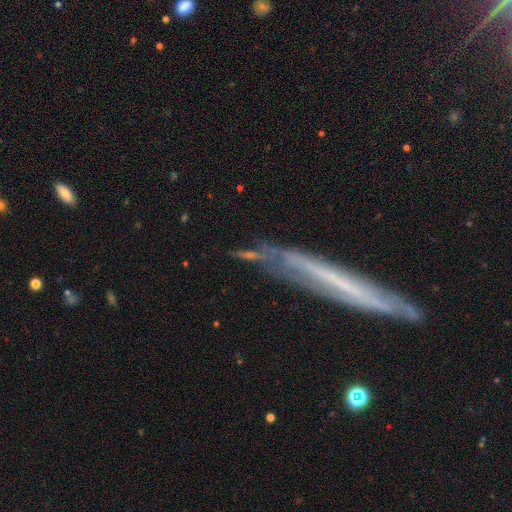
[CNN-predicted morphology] Smooth or featured: featured or disk — 60% (smooth — 29%)
Edge-on disk: yes — 65% (no — 35%)
Merging: none — 53% (minor disturbance — 24%)